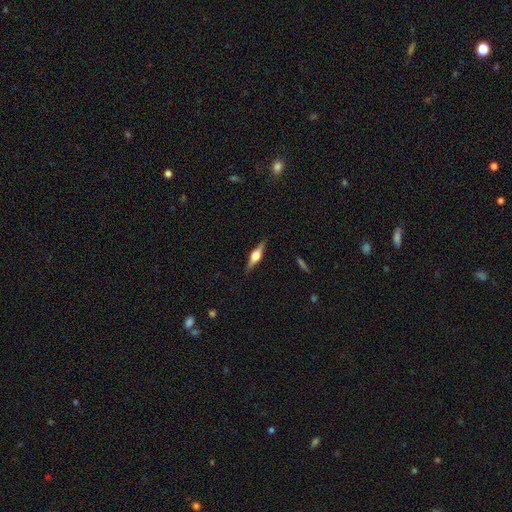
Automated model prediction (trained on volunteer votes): Q: Smooth or featured?
A: featured or disk (74%); runner-up: smooth (20%)
Q: Edge-on disk?
A: yes (97%); runner-up: no (3%)
Q: Edge-on bulge?
A: rounded (91%); runner-up: boxy (8%)
Q: Merging?
A: none (89%); runner-up: minor disturbance (8%)